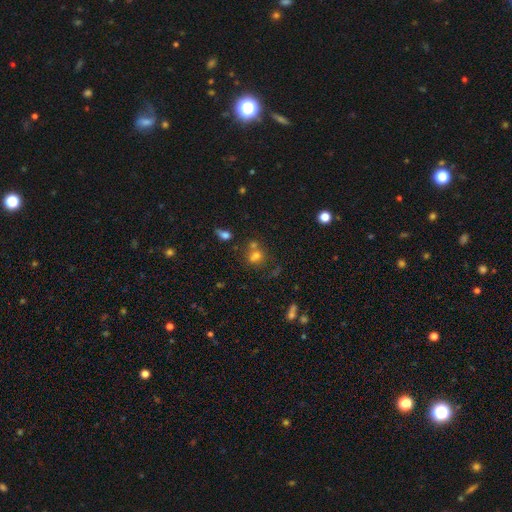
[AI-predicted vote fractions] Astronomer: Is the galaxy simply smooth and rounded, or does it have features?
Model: smooth — 66%.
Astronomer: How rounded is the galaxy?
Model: round — 63%.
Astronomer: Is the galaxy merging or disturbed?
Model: none — 45% (runner-up: merger, 39%).